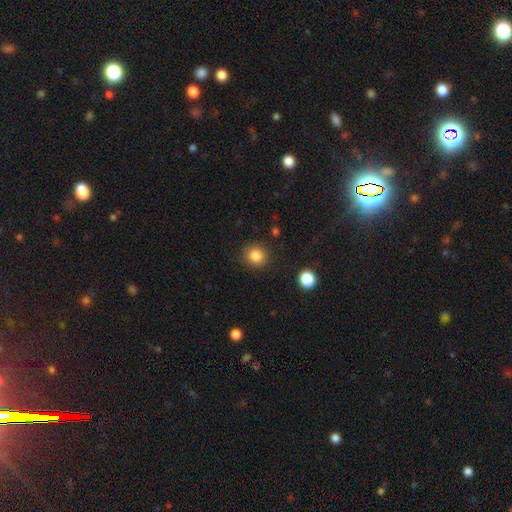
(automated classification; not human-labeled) Overall: smooth (84%). How rounded: round (89%). Merging: none (89%).